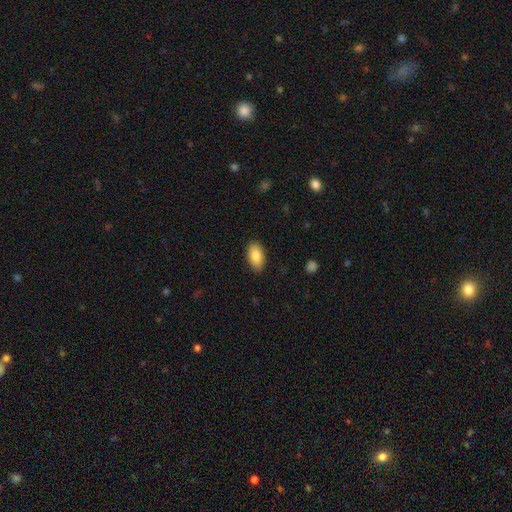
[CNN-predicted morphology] This appears to be a smooth galaxy with no disk features (86%) that is in between round and cigar-shaped (94%). Merging: none (88%).